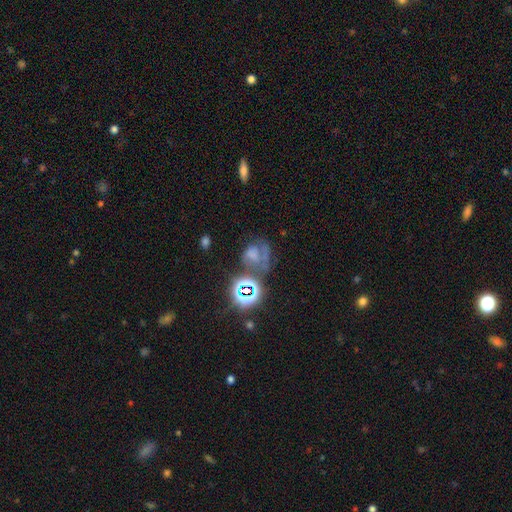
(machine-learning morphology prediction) A smooth galaxy with no disk features (36%).

Vote fractions:
- Smooth or featured? smooth: 36% / featured or disk: 33% / star or artifact: 31%
- Merging? major disturbance: 34% / none: 33% / minor disturbance: 19% / merger: 14%